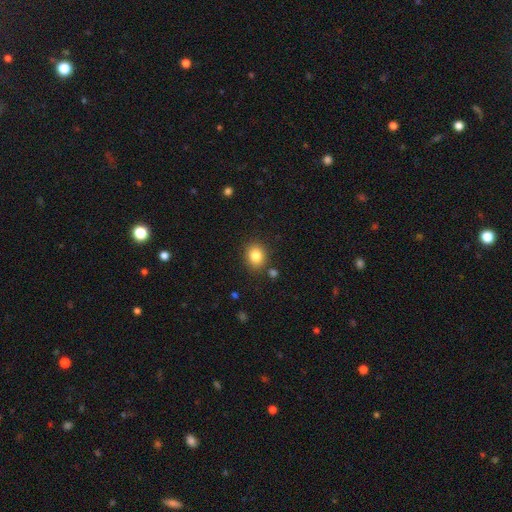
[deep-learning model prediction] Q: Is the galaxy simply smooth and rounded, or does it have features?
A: smooth — 83%.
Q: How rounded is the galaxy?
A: round — 62%.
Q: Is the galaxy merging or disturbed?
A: none — 84%.